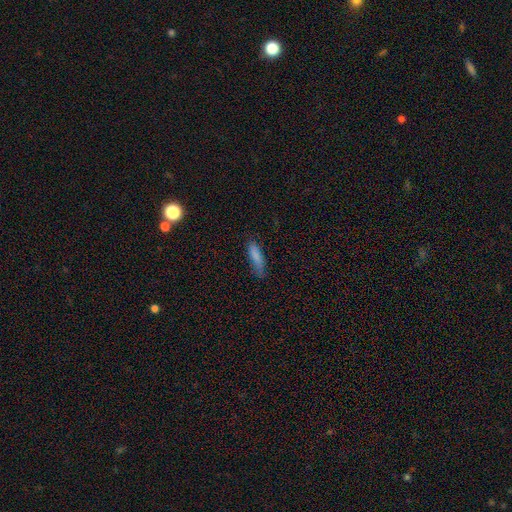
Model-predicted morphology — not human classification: This is clearly a smooth galaxy (83%). How rounded: likely cigar-shaped (61%). Merging: likely none (72%).